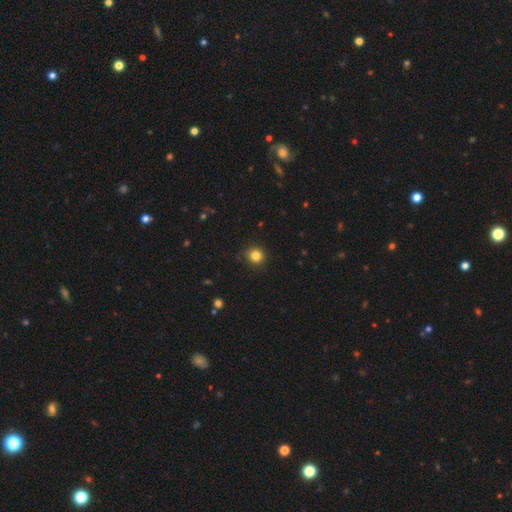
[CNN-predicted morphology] Smooth or featured?
  - smooth: 82% *
  - star or artifact: 13%
  - featured or disk: 5%
How rounded?
  - round: 93% *
  - in between: 6%
  - cigar-shaped: 1%
Merging?
  - none: 85% *
  - minor disturbance: 11%
  - major disturbance: 3%
  - merger: 1%